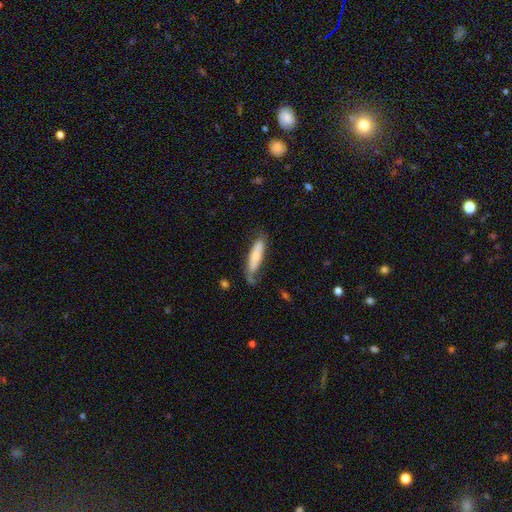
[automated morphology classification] Smooth or featured? Predicted: smooth (p=0.63). How rounded? Predicted: cigar-shaped (p=0.67). Merging? Predicted: none (p=0.60).